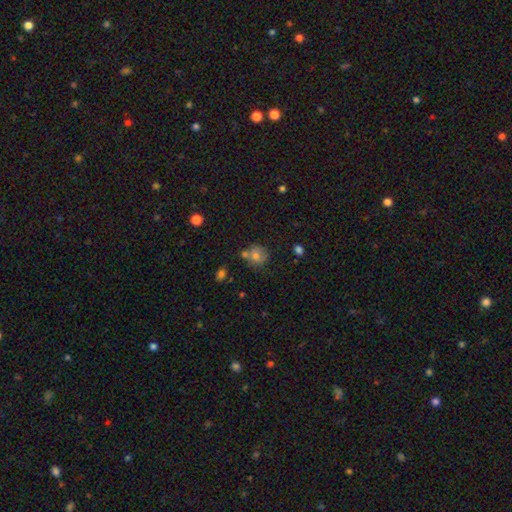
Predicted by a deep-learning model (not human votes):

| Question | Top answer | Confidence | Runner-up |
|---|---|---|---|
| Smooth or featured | smooth | 72% | featured or disk (17%) |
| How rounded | round | 82% | in between (17%) |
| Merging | none | 57% | merger (19%) |